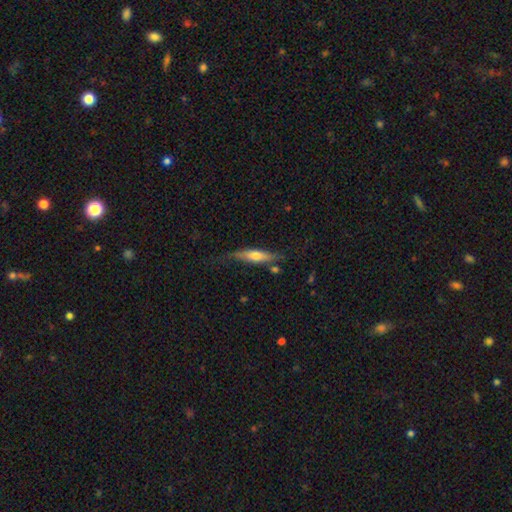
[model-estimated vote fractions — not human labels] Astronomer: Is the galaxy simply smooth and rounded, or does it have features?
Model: featured or disk — 47%, tied with smooth at 47%.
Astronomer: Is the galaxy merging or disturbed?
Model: none — 62%.